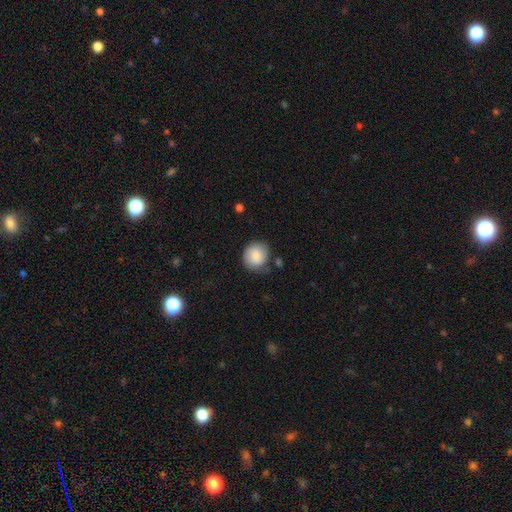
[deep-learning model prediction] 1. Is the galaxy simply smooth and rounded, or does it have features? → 86% smooth, 7% star or artifact, 7% featured or disk.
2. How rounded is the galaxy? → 80% round, 19% in between, 1% cigar-shaped.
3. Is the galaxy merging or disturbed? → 70% none, 22% minor disturbance, 5% major disturbance, 3% merger.